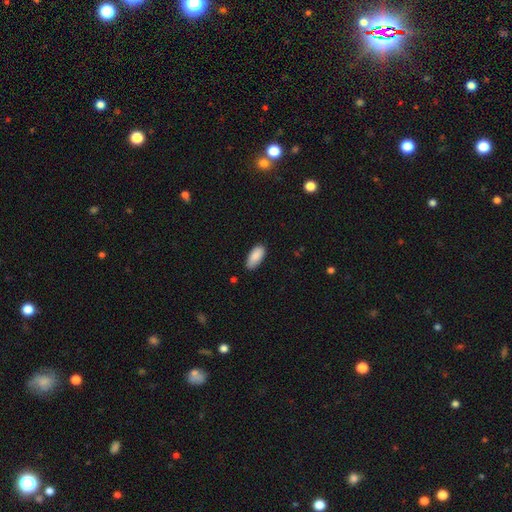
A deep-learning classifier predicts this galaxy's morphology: smooth_or_featured: smooth (p=0.90) [alt: star or artifact p=0.06]
how_rounded: in between (p=0.89) [alt: cigar-shaped p=0.10]
merging: none (p=0.79) [alt: minor disturbance p=0.17]